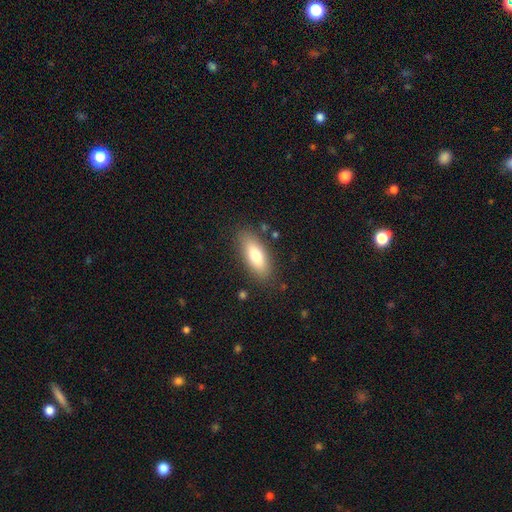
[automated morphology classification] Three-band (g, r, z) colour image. It shows a smooth galaxy with no disk features (74%) that is in between round and cigar-shaped (74%). Merging: none (84%).